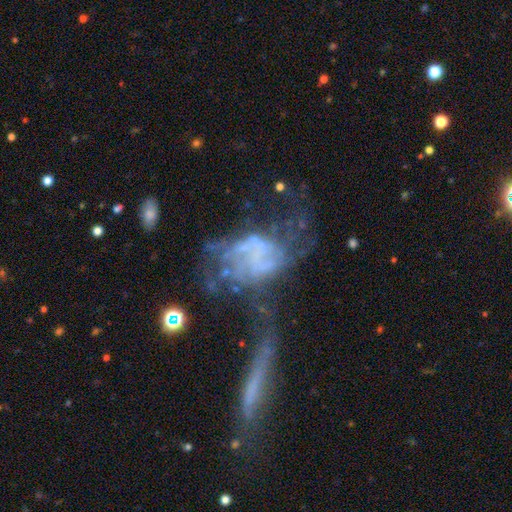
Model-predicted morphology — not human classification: Smooth or featured? Predicted: featured or disk (p=0.67). Edge-on disk? Predicted: no (p=0.96). Bar? Predicted: no (p=0.77). Spiral arms? Predicted: no (p=0.55). Bulge size? Predicted: none (p=0.78). Merging? Predicted: major disturbance (p=0.45).